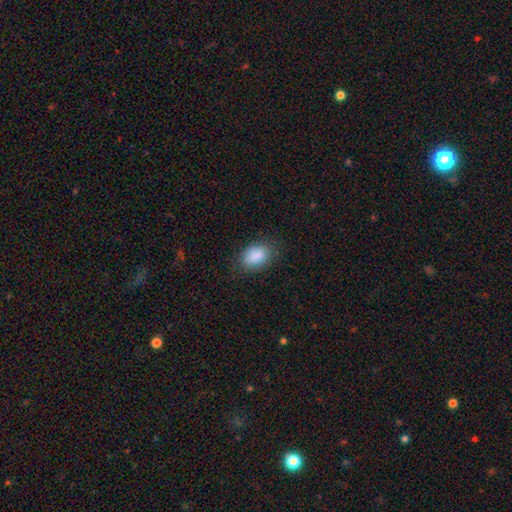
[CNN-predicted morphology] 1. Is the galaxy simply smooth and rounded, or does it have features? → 89% smooth, 7% star or artifact, 4% featured or disk.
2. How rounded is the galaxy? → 88% in between, 10% round, 1% cigar-shaped.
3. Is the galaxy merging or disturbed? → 82% none, 13% minor disturbance, 4% major disturbance, 1% merger.